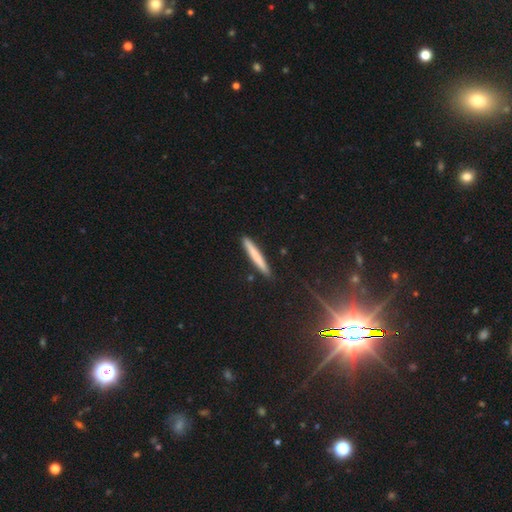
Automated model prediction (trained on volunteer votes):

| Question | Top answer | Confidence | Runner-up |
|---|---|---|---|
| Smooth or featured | smooth | 71% | featured or disk (23%) |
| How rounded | cigar-shaped | 96% | in between (3%) |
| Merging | none | 90% | minor disturbance (7%) |